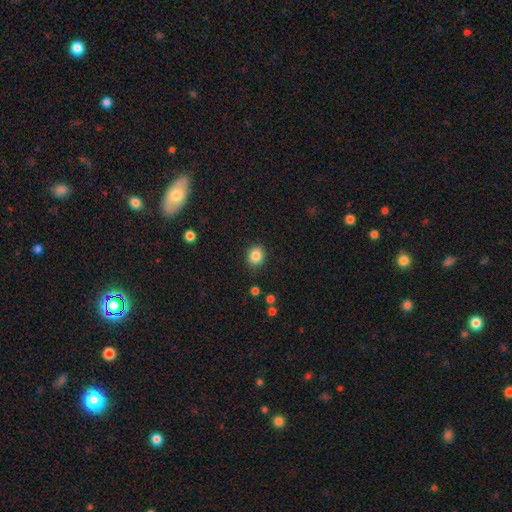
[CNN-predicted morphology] smooth-or-featured: smooth: 85% | star or artifact: 10% | featured or disk: 5%
  how-rounded: round: 70% | in between: 29% | cigar-shaped: 1%
  merging: none: 88% | minor disturbance: 8% | major disturbance: 2% | merger: 1%